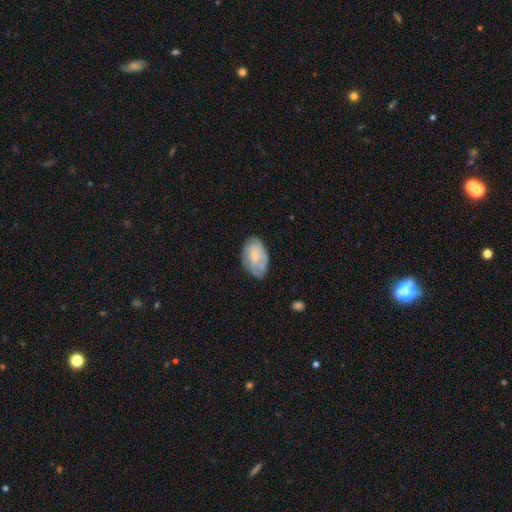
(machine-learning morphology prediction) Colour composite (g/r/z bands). It shows a smooth galaxy with no disk features (55%) that is in between round and cigar-shaped (91%). Merging: none (65%).